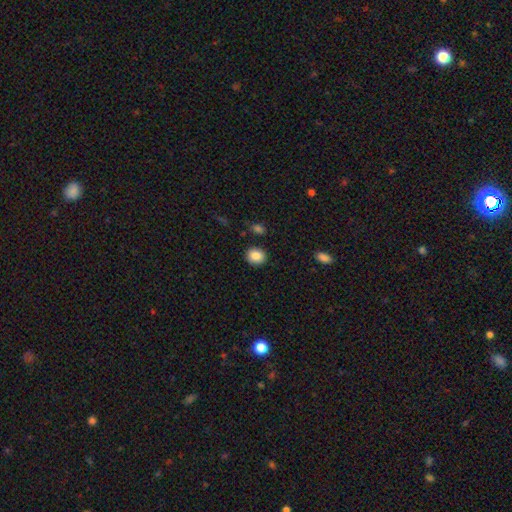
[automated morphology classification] smooth 87%, star or artifact 9%, featured or disk 4%. Down the decision tree: how rounded — round (74%); merging — none (88%).